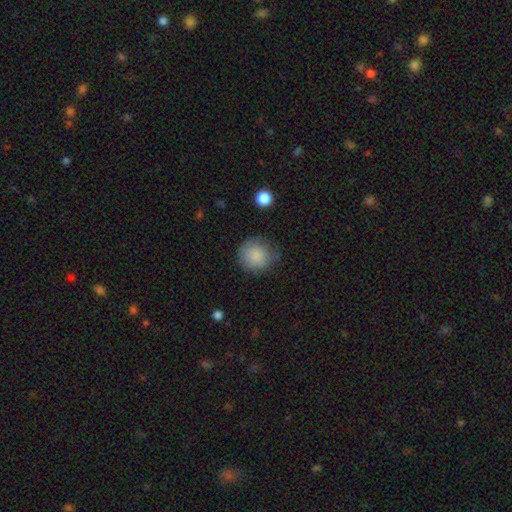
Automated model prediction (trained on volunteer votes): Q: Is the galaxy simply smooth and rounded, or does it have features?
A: smooth — 86%.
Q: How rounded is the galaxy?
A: round — 88%.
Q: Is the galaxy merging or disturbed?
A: none — 68%.